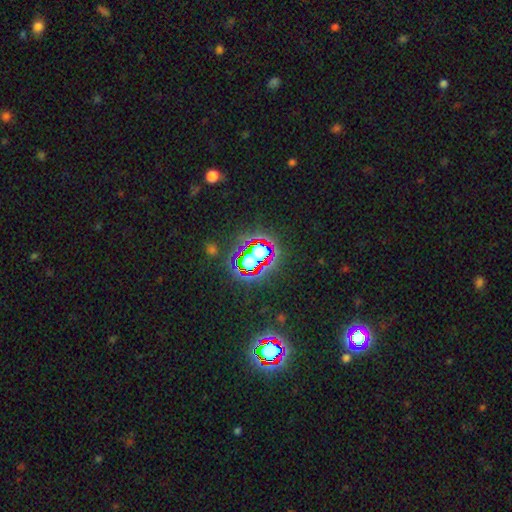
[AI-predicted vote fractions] The model was most divided on "smooth or featured": star or artifact: 66%, smooth: 19%, featured or disk: 15%.